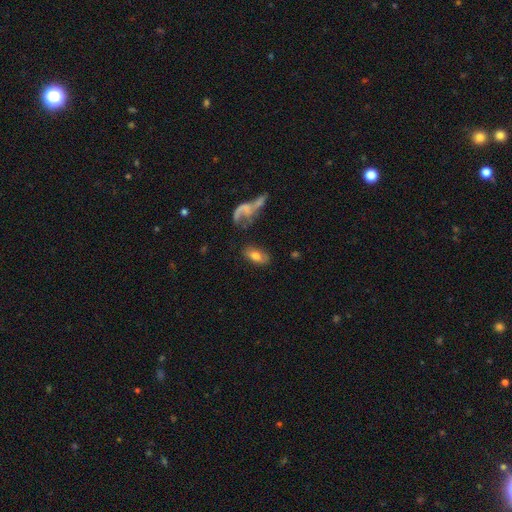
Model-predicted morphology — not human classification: Q: Smooth or featured?
A: smooth (67%); runner-up: featured or disk (25%)
Q: How rounded?
A: in between (89%); runner-up: cigar-shaped (6%)
Q: Merging?
A: none (68%); runner-up: minor disturbance (16%)